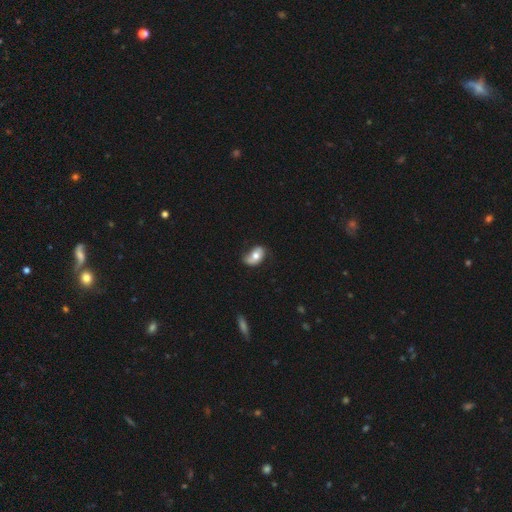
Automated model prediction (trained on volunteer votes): Overall: smooth (58%; featured or disk 35%). How rounded: in between (88%). Merging: none (50%; minor disturbance 35%).